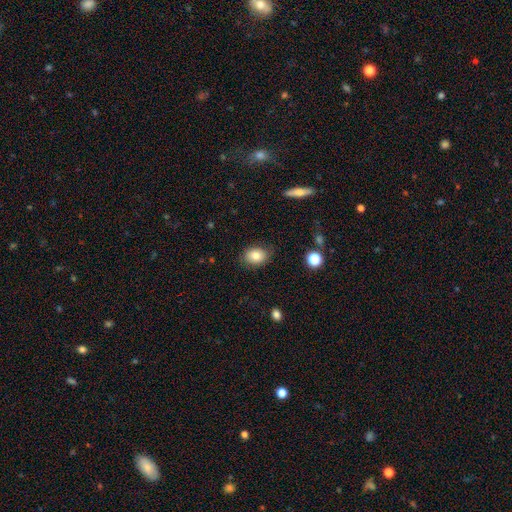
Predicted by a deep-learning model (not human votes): A smooth galaxy with no disk features (81%) that is in between round and cigar-shaped (67%).

Vote fractions:
- Smooth or featured? smooth: 81% / featured or disk: 10% / star or artifact: 9%
- How rounded? in between: 67% / round: 32% / cigar-shaped: 1%
- Merging? none: 82% / minor disturbance: 13% / major disturbance: 3% / merger: 1%